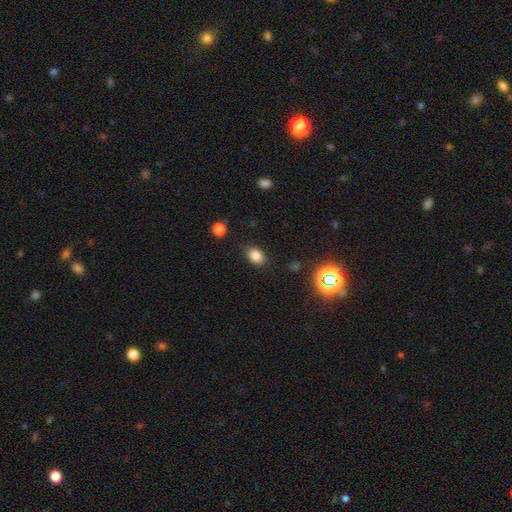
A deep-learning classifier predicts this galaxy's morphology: Smooth or featured?
  - smooth: 82% *
  - star or artifact: 12%
  - featured or disk: 6%
How rounded?
  - in between: 75% *
  - round: 24%
  - cigar-shaped: 1%
Merging?
  - none: 85% *
  - minor disturbance: 11%
  - major disturbance: 3%
  - merger: 2%